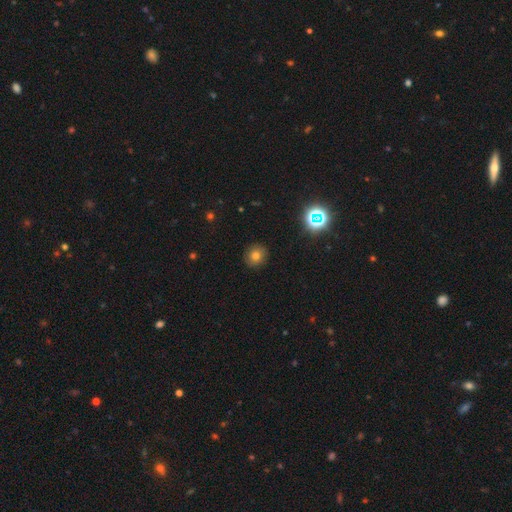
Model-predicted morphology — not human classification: This is likely a smooth galaxy (76%). How rounded: clearly round (83%). Merging: clearly none (89%).